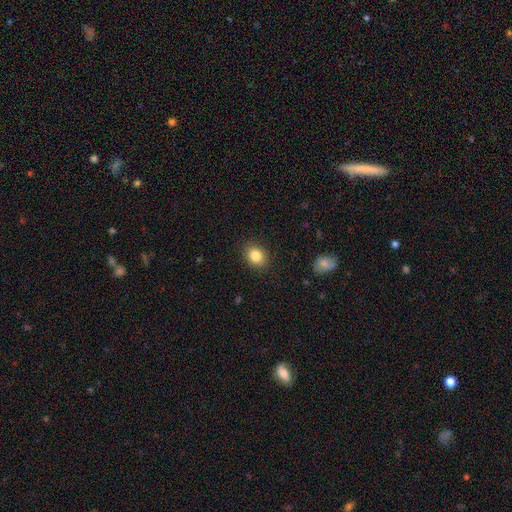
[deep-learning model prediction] The model was most divided on "how rounded": round: 50%, in between: 49%, cigar-shaped: 1%. More confident: merging — none (89%); smooth or featured — smooth (84%).